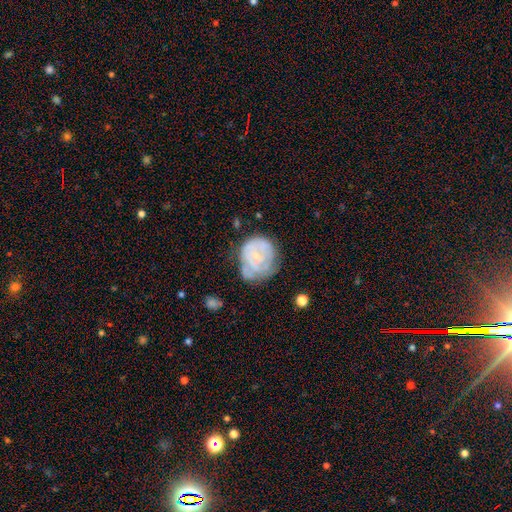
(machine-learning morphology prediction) featured or disk 63%, smooth 29%, star or artifact 7%. Down the decision tree: edge-on disk — no (98%); bar — no (72%); spiral arms — yes (72%); bulge size — small (74%); merging — none (44%).